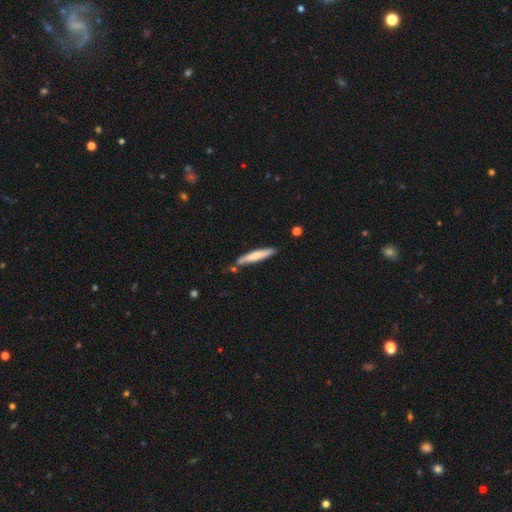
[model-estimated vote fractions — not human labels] This appears to be a smooth galaxy with no disk features (71%) that is cigar-shaped (91%). Merging: none (73%).